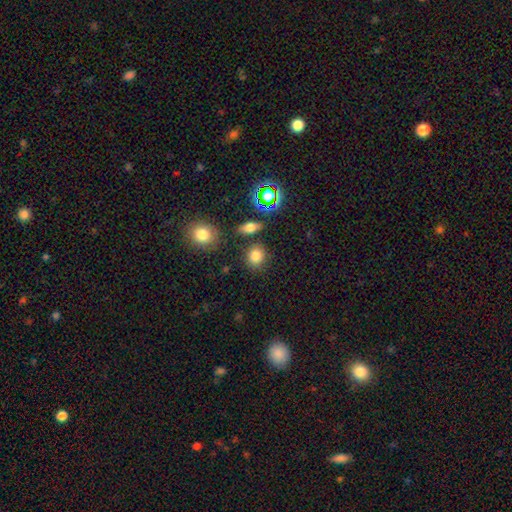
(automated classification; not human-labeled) A smooth galaxy with no disk features (78%) that is round (74%).

Vote fractions:
- Smooth or featured? smooth: 78% / star or artifact: 16% / featured or disk: 7%
- How rounded? round: 74% / in between: 25% / cigar-shaped: 1%
- Merging? none: 81% / minor disturbance: 9% / merger: 6% / major disturbance: 3%